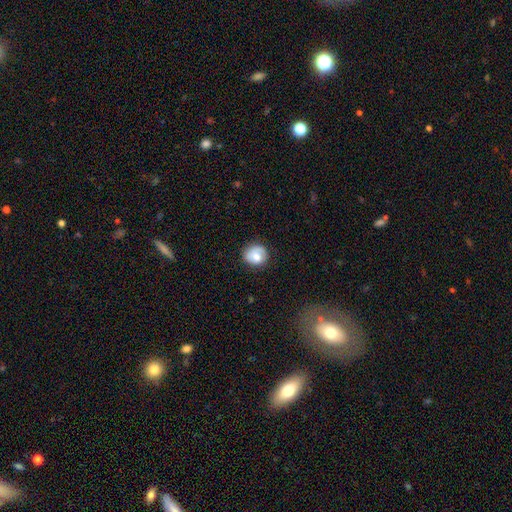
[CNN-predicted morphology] smooth_or_featured: smooth (p=0.66) [alt: featured or disk p=0.26]
how_rounded: round (p=0.74) [alt: in between p=0.25]
merging: none (p=0.70) [alt: minor disturbance p=0.21]